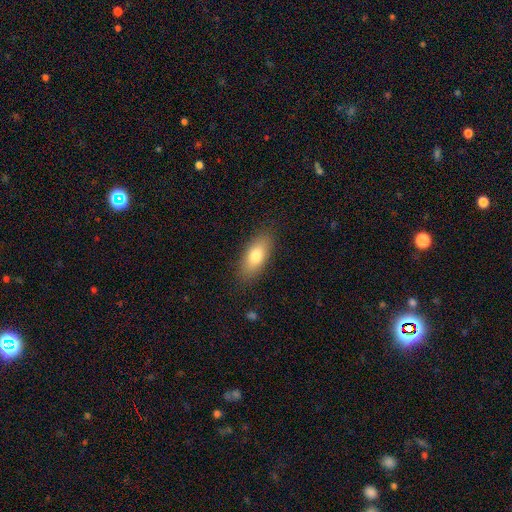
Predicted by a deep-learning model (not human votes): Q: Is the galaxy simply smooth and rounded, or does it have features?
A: smooth — 77%.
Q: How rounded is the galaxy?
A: in between — 79%.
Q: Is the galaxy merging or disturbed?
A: none — 87%.